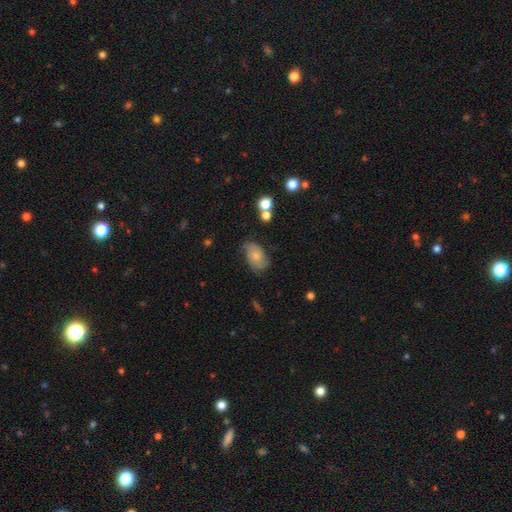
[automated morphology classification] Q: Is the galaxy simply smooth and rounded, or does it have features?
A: featured or disk — 51%.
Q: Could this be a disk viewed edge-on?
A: no — 96%.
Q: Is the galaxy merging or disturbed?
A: none — 58%.